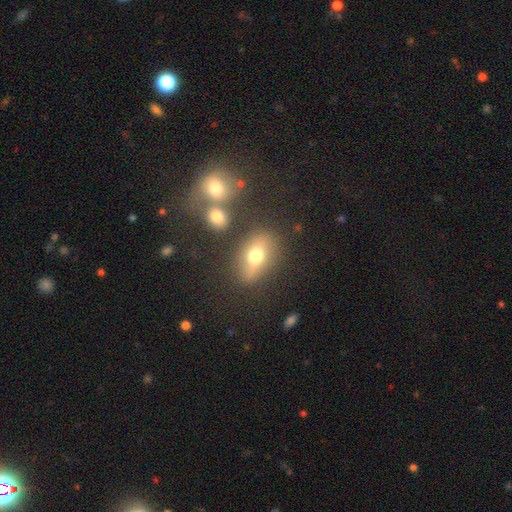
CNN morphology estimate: Smooth or featured? Predicted: smooth (p=0.66). How rounded? Predicted: in between (p=0.69). Merging? Predicted: none (p=0.73).